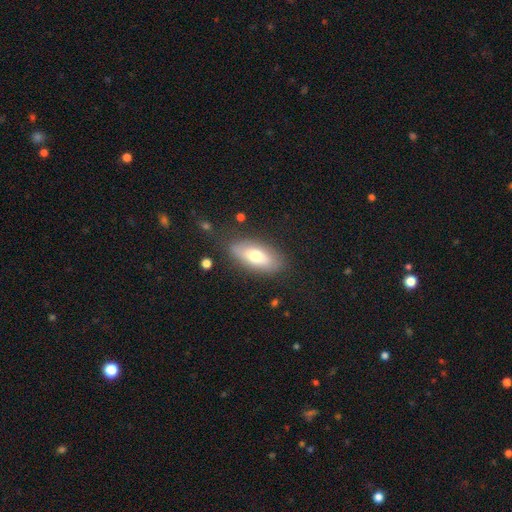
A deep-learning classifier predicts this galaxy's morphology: Smooth or featured: smooth — 67% (featured or disk — 26%)
How rounded: in between — 85% (cigar-shaped — 12%)
Merging: none — 79% (minor disturbance — 14%)